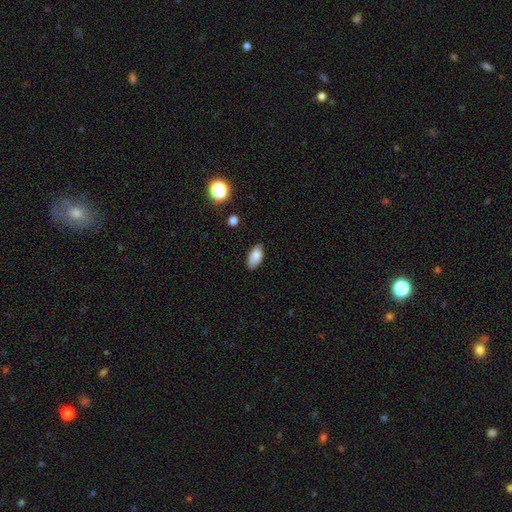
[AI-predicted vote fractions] Q: Smooth or featured?
A: smooth (82%); runner-up: featured or disk (9%)
Q: How rounded?
A: in between (93%); runner-up: cigar-shaped (4%)
Q: Merging?
A: none (80%); runner-up: minor disturbance (16%)